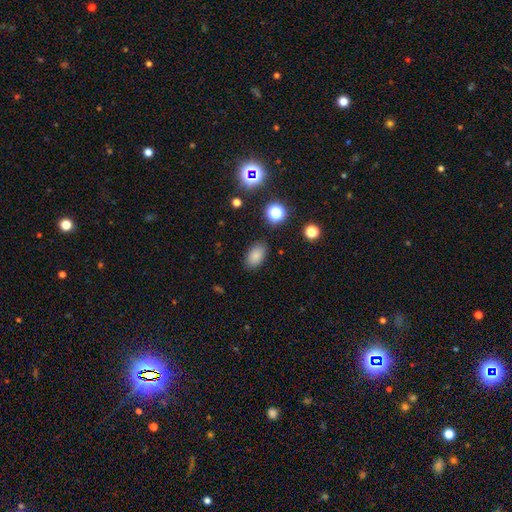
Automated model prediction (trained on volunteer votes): smooth_or_featured: smooth (p=0.82) [alt: star or artifact p=0.12]
how_rounded: in between (p=0.88) [alt: round p=0.11]
merging: none (p=0.84) [alt: minor disturbance p=0.11]